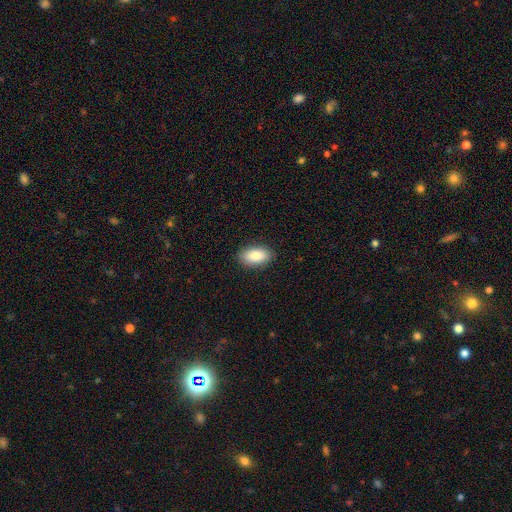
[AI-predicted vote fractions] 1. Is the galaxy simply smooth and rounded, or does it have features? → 86% smooth, 7% featured or disk, 6% star or artifact.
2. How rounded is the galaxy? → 92% in between, 4% round, 4% cigar-shaped.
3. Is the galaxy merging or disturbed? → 88% none, 9% minor disturbance, 2% major disturbance, 1% merger.